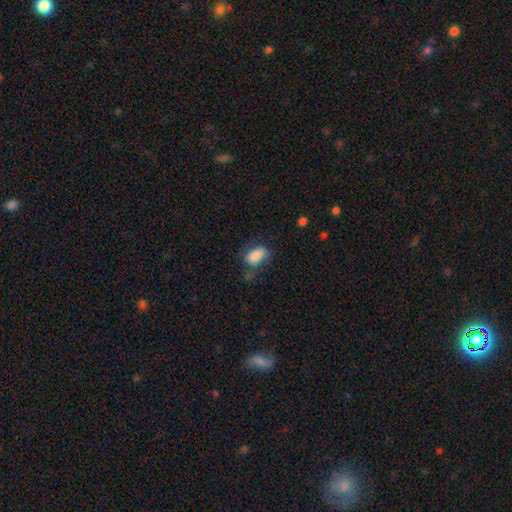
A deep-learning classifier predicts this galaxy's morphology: Smooth or featured? smooth (81%)
How rounded? in between (89%)
Merging? none (53%)